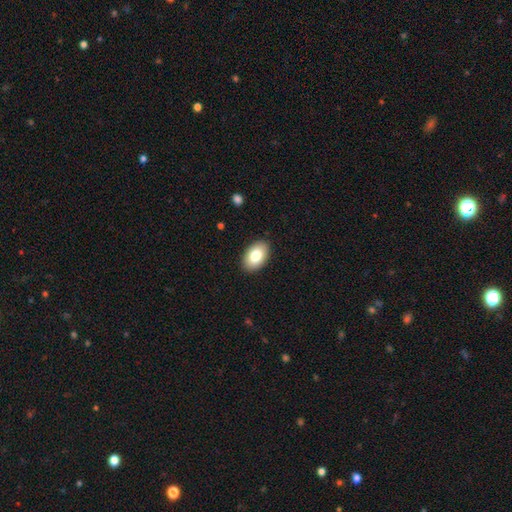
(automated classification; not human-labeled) This is clearly a smooth galaxy (82%). How rounded: clearly in between (93%). Merging: clearly none (89%).